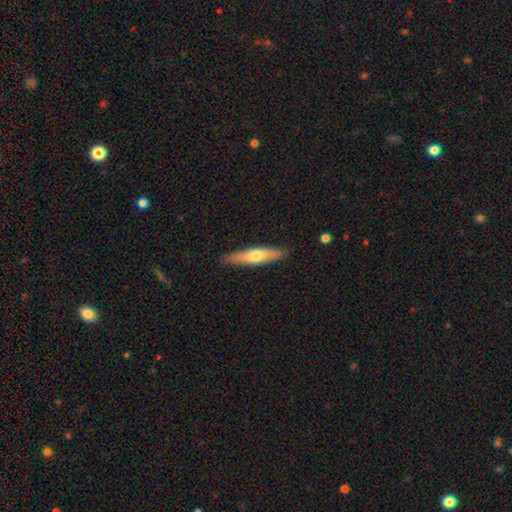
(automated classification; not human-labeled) Smooth or featured? smooth (57%)
How rounded? cigar-shaped (85%)
Merging? none (88%)